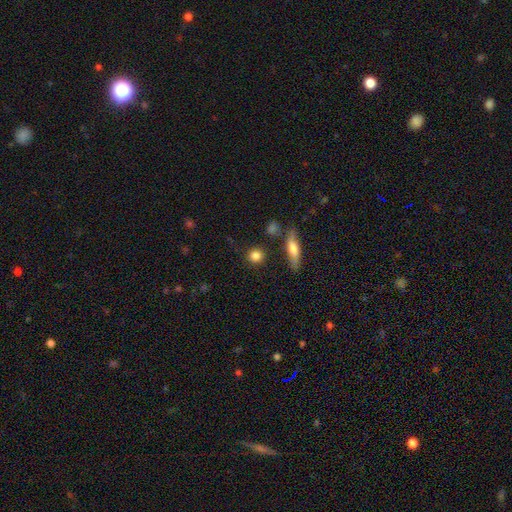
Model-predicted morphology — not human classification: type=smooth (83%); roundness=round (87%); merging=none (84%).